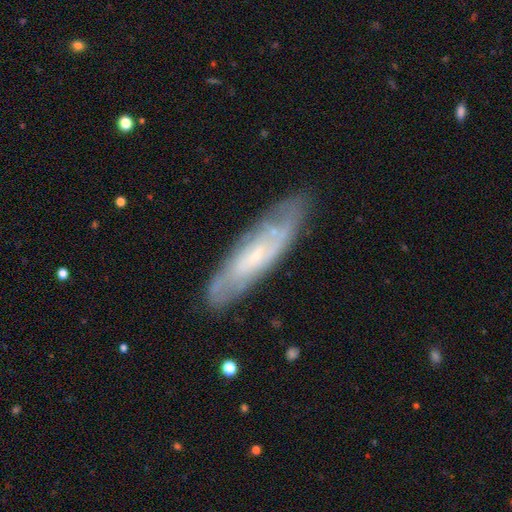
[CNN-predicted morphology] smooth_or_featured: featured or disk (p=0.65) [alt: smooth p=0.28]
disk_edge_on: no (p=0.68) [alt: yes p=0.32]
merging: none (p=0.79) [alt: minor disturbance p=0.16]